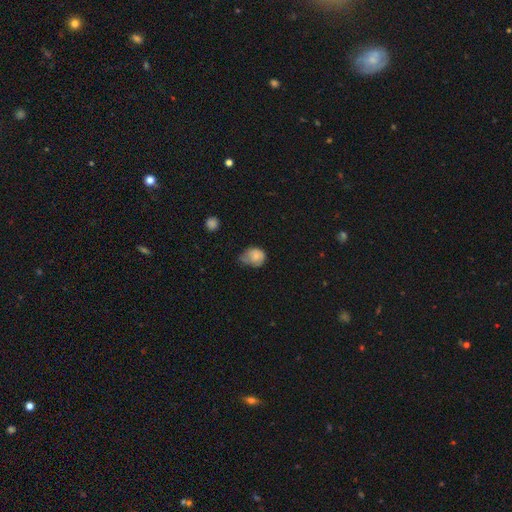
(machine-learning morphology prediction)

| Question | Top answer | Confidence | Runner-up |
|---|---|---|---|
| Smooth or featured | smooth | 73% | featured or disk (18%) |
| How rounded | round | 54% | in between (45%) |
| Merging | minor disturbance | 46% | none (33%) |